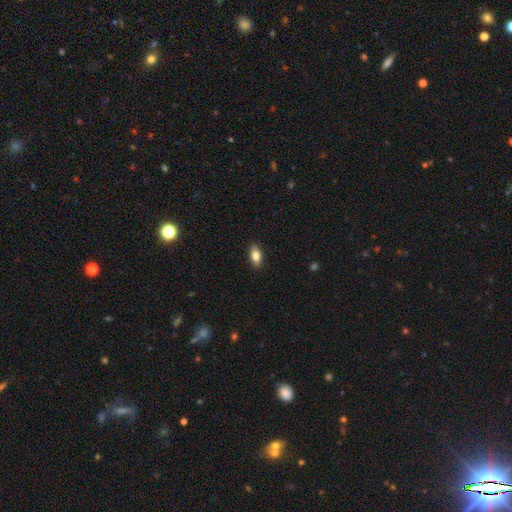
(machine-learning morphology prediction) This is clearly a smooth galaxy (83%). How rounded: clearly in between (88%). Merging: clearly none (88%).